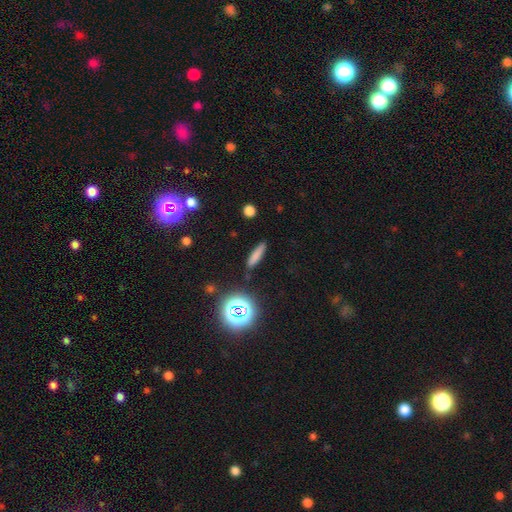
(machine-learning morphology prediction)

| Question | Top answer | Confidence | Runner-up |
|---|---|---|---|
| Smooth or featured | smooth | 74% | star or artifact (15%) |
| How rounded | cigar-shaped | 80% | in between (16%) |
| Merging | none | 86% | minor disturbance (9%) |